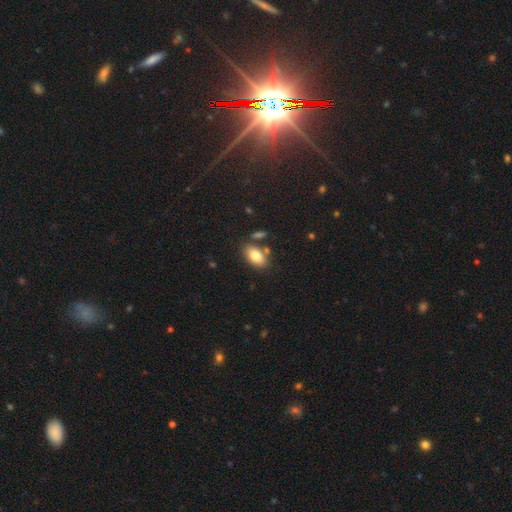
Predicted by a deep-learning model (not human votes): This is clearly a smooth galaxy (82%). How rounded: clearly in between (91%). Merging: likely none (74%).